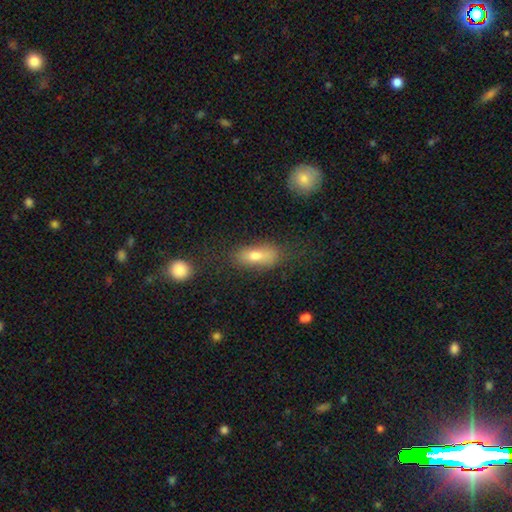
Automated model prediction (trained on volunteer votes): Smooth or featured: smooth — 74% (featured or disk — 17%)
How rounded: in between — 77% (cigar-shaped — 17%)
Merging: none — 62% (minor disturbance — 21%)